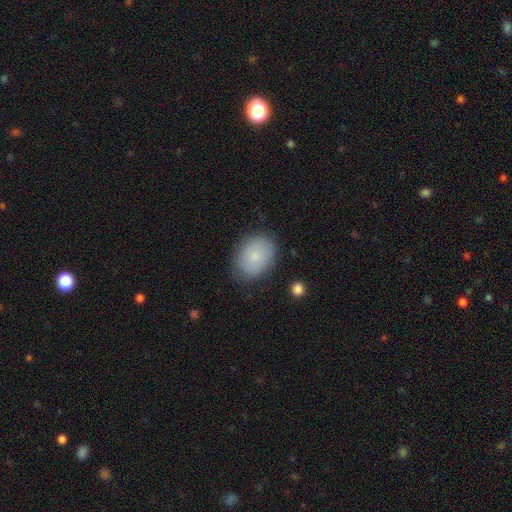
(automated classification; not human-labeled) This appears to be a smooth galaxy with no disk features (77%) that is in between round and cigar-shaped (61%). Merging: none (79%).